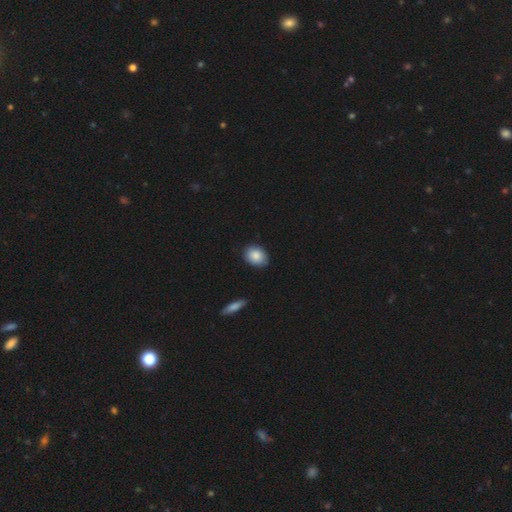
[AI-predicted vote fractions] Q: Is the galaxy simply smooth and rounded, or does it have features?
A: smooth — 86%.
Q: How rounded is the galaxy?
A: in between — 61%.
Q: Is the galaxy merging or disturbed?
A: none — 84%.